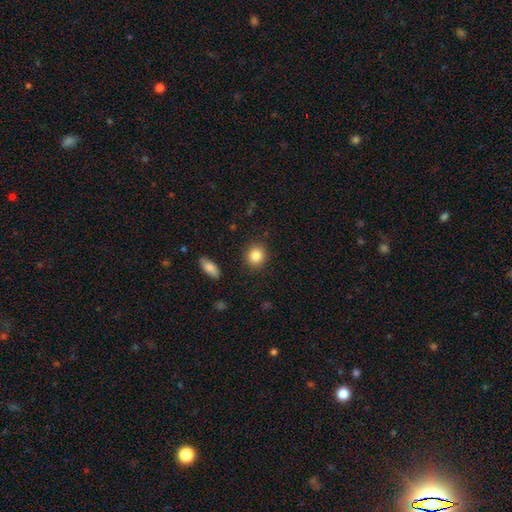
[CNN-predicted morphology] This is clearly a smooth galaxy (85%). How rounded: likely round (78%). Merging: clearly none (89%).